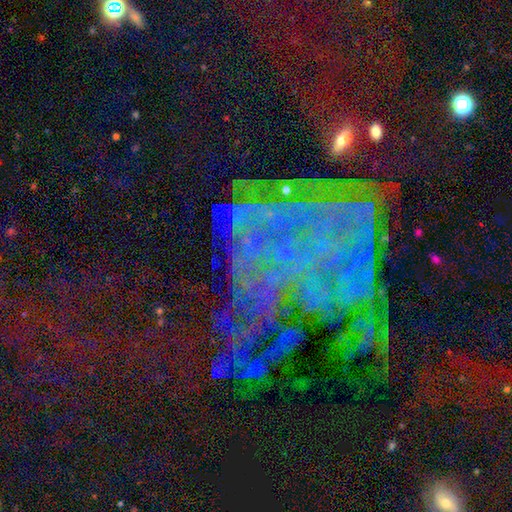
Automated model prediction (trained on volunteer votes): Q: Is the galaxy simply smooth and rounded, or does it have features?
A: star or artifact — 64%.